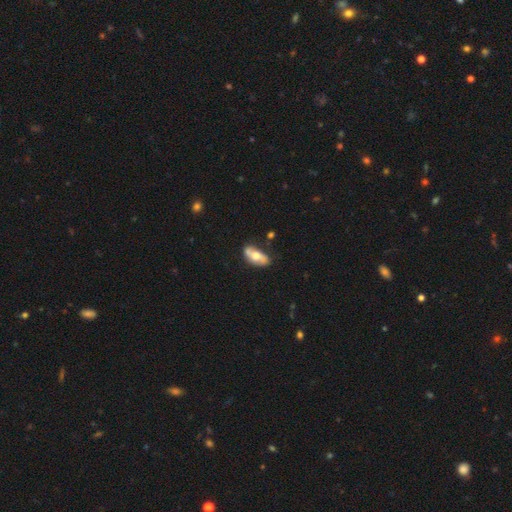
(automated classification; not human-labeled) This is possibly a smooth galaxy (51%). How rounded: clearly in between (84%). Merging: likely none (69%).